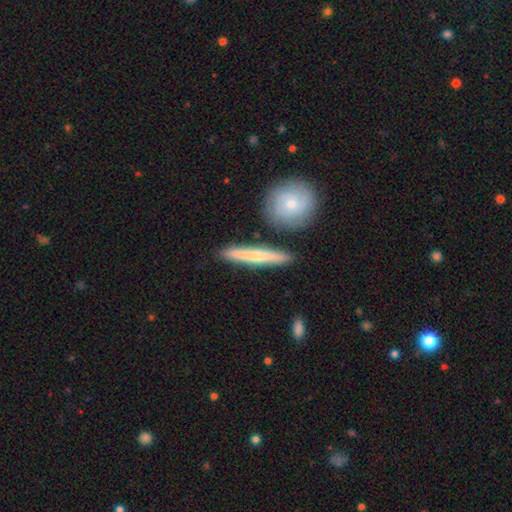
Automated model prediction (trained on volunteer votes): Smooth or featured? Predicted: smooth (p=0.48). Merging? Predicted: none (p=0.87).